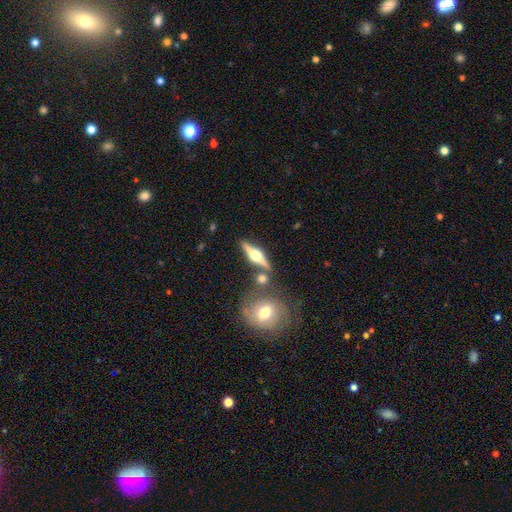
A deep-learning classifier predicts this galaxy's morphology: A featured or disk galaxy (78%) viewed edge-on (96%) with a rounded central bulge (96%). Merging: none (79%).